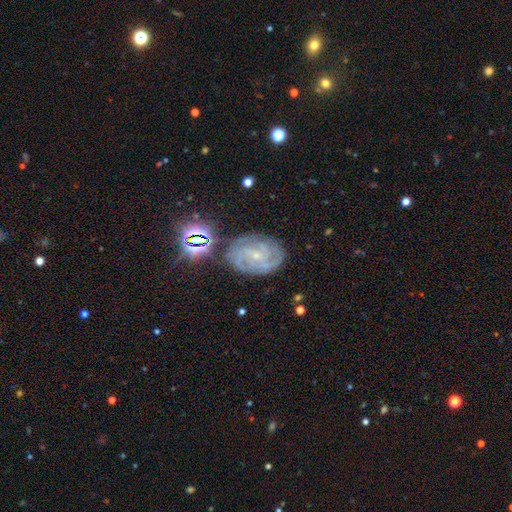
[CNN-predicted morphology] smooth_or_featured: featured or disk (p=0.73) [alt: star or artifact p=0.15]
disk_edge_on: no (p=0.97) [alt: yes p=0.03]
bar: no (p=0.53) [alt: weak p=0.36]
has_spiral_arms: yes (p=0.94) [alt: no p=0.06]
spiral_winding: tight (p=0.62) [alt: medium p=0.30]
spiral_arm_count: can't tell (p=0.30) [alt: 3 p=0.21]
bulge_size: small (p=0.81) [alt: moderate p=0.14]
merging: none (p=0.75) [alt: minor disturbance p=0.16]